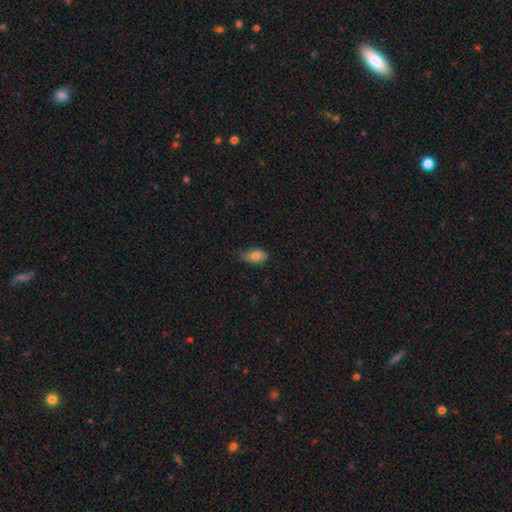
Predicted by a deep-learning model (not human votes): Morphology: type=smooth (81%); roundness=in between (88%); merging=none (60%).